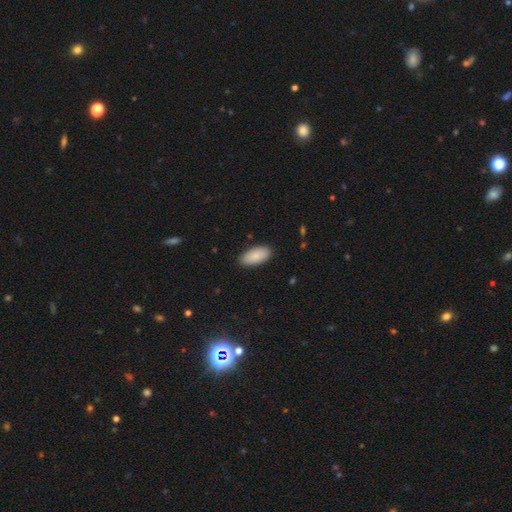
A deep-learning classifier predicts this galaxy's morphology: The model was most divided on "merging": none: 88%, minor disturbance: 9%, major disturbance: 2%, merger: 1%. More confident: how rounded — in between (93%); smooth or featured — smooth (88%).